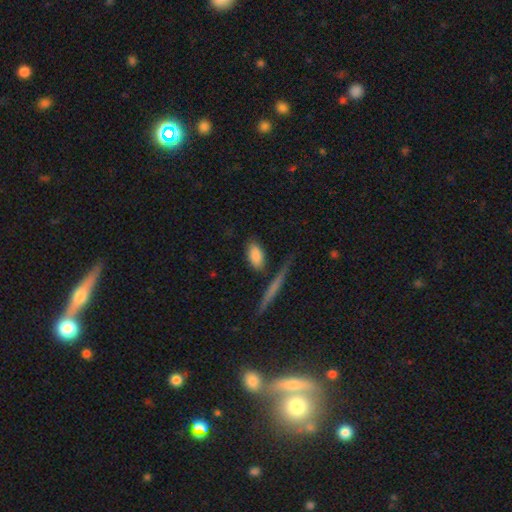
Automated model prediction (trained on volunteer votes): Smooth or featured? smooth (83%)
How rounded? in between (88%)
Merging? none (69%)